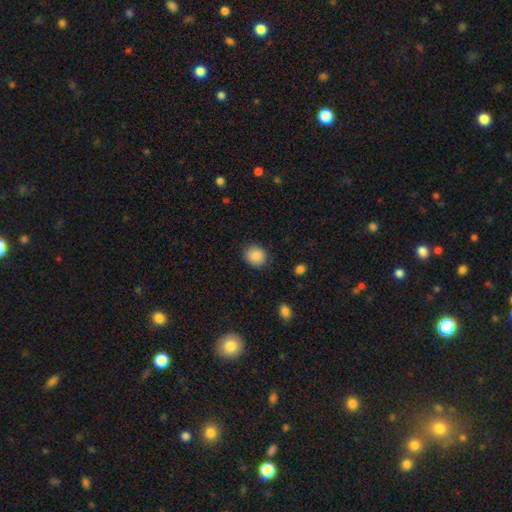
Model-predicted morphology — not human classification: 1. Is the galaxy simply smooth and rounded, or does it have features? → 87% smooth, 9% star or artifact, 4% featured or disk.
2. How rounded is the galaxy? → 83% round, 16% in between, 1% cigar-shaped.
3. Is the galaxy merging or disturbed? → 88% none, 8% minor disturbance, 2% major disturbance, 1% merger.